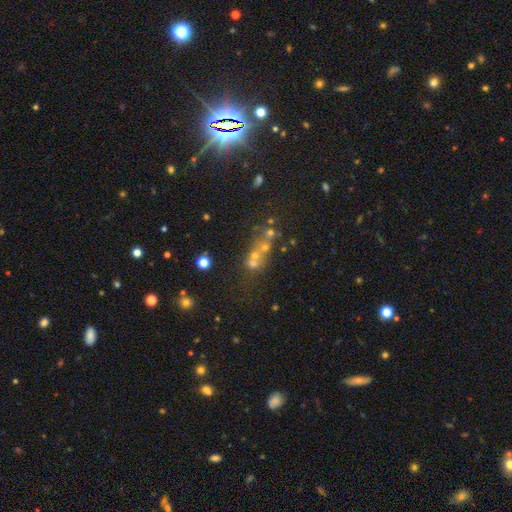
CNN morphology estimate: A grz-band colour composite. It shows a star or artifact, not a galaxy (40%).